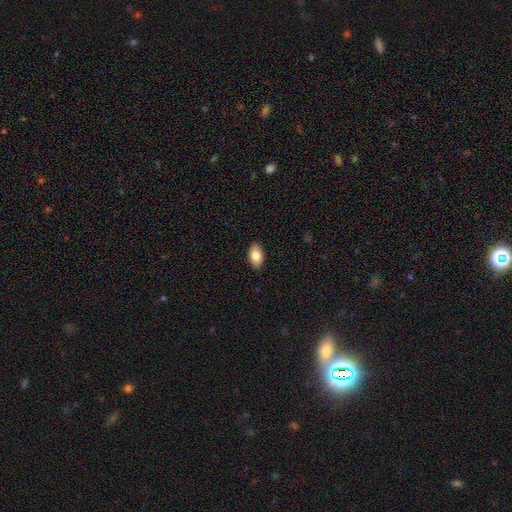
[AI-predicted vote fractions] Smooth or featured: smooth — 84% (featured or disk — 9%)
How rounded: in between — 92% (round — 6%)
Merging: none — 89% (minor disturbance — 8%)